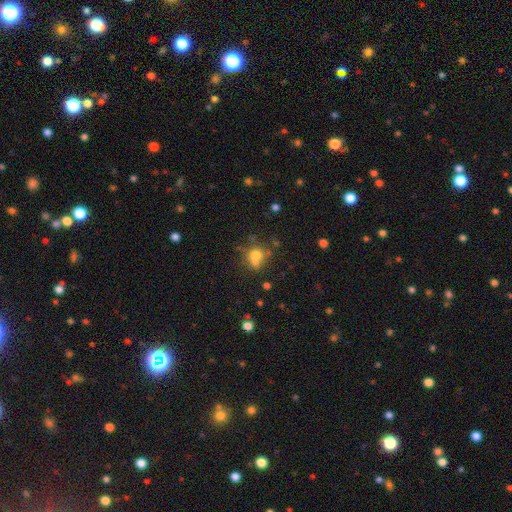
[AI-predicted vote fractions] Smooth or featured? Predicted: smooth (p=0.68). How rounded? Predicted: round (p=0.70). Merging? Predicted: none (p=0.44).